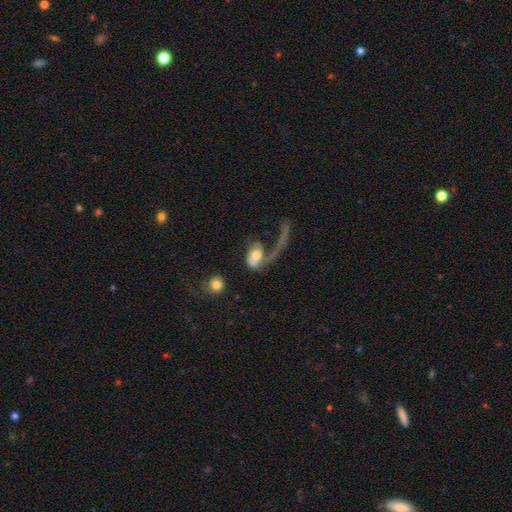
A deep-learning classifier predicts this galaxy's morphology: featured or disk 52%, smooth 40%, star or artifact 7%. Down the decision tree: edge-on disk — no (94%); merging — major disturbance (57%).